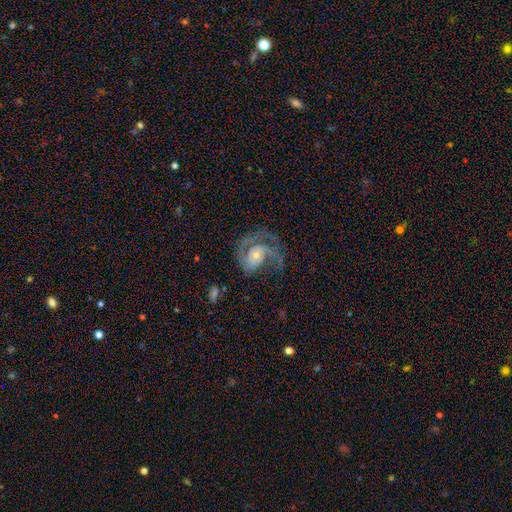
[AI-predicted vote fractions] A featured or disk galaxy (85%) with no bar (68%), 2 (54%) medium (46%) spiral arms (94%) and a small central bulge (56%). Merging: none (51%).